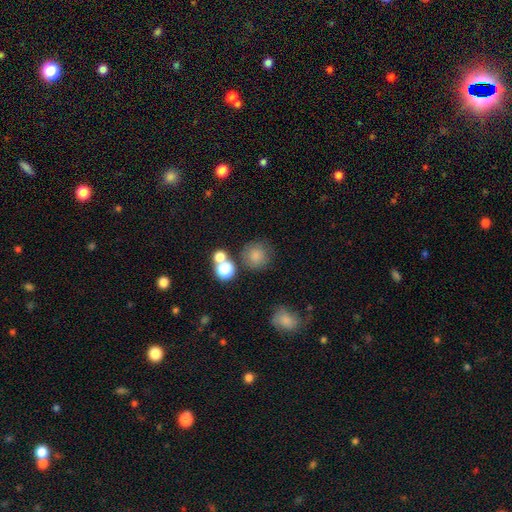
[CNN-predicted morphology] smooth_or_featured: smooth (p=0.79) [alt: star or artifact p=0.13]
how_rounded: round (p=0.91) [alt: in between p=0.08]
merging: none (p=0.72) [alt: minor disturbance p=0.12]